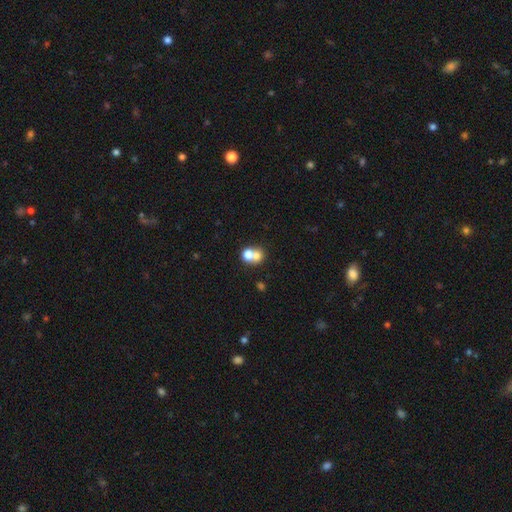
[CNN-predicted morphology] smooth-or-featured: smooth: 69% | featured or disk: 18% | star or artifact: 13%
  how-rounded: round: 74% | in between: 25% | cigar-shaped: 1%
  merging: merger: 60% | none: 31% | minor disturbance: 5% | major disturbance: 3%